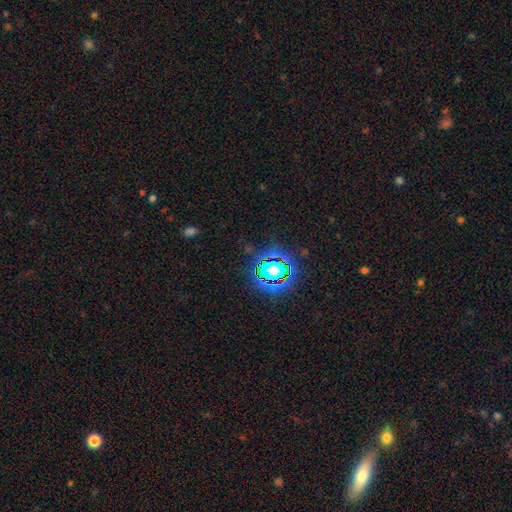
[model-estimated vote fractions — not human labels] Smooth or featured?
  - star or artifact: 81% *
  - smooth: 12%
  - featured or disk: 7%